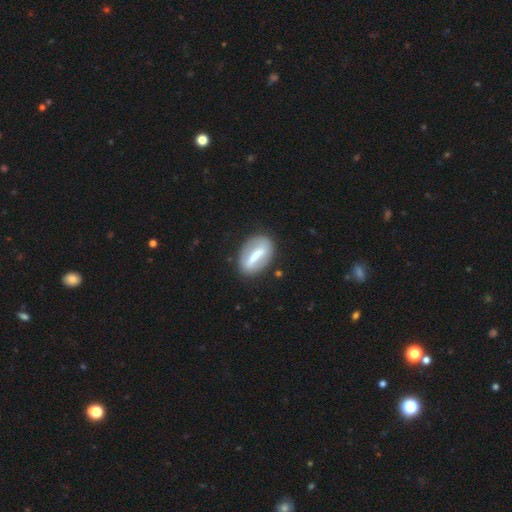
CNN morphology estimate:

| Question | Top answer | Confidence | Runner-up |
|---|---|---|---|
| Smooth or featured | featured or disk | 49% | smooth (45%) |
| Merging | none | 78% | minor disturbance (14%) |